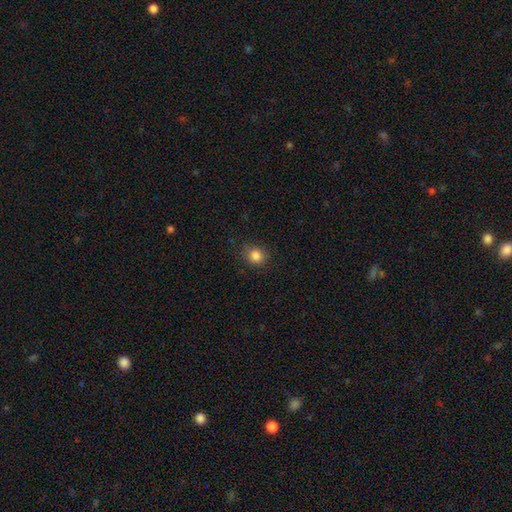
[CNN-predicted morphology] Smooth or featured?
  - smooth: 84% *
  - star or artifact: 11%
  - featured or disk: 4%
How rounded?
  - round: 84% *
  - in between: 15%
  - cigar-shaped: 1%
Merging?
  - none: 86% *
  - minor disturbance: 11%
  - major disturbance: 3%
  - merger: 1%